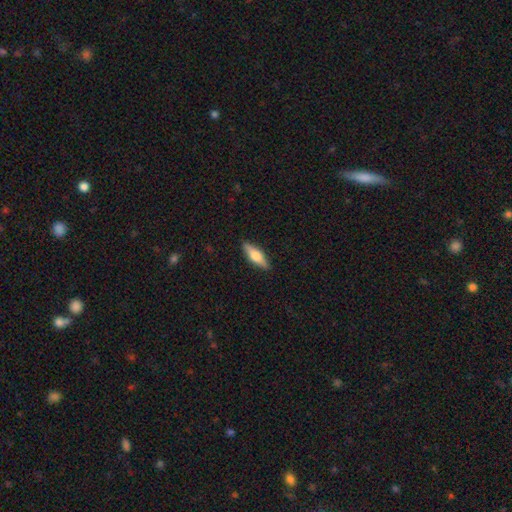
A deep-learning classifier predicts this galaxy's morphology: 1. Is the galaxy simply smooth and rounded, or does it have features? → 51% smooth, 43% featured or disk, 6% star or artifact.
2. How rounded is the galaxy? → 50% in between, 48% cigar-shaped, 3% round.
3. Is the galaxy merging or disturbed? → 89% none, 8% minor disturbance, 2% major disturbance, 1% merger.